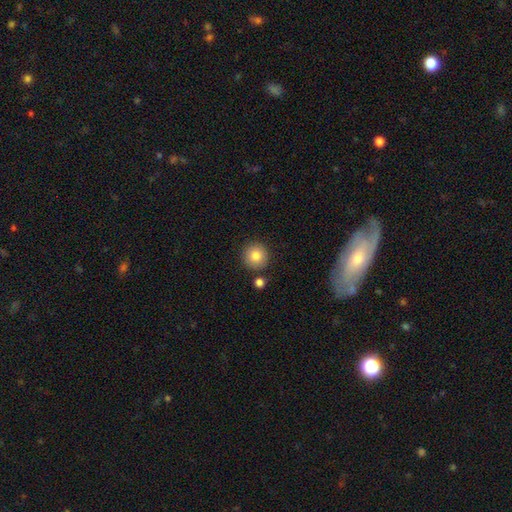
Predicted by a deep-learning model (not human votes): A smooth galaxy with no disk features (83%) that is round (94%). Merging: none (85%).